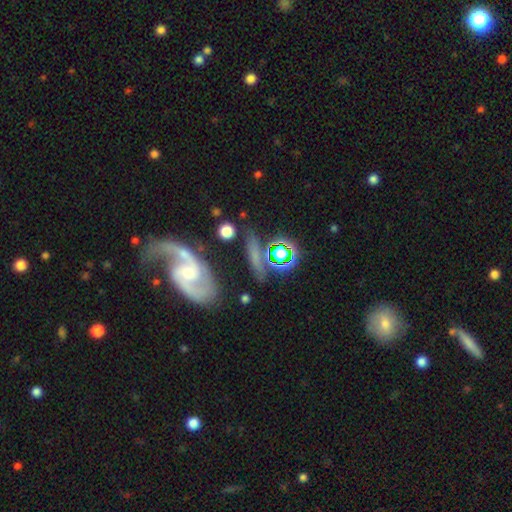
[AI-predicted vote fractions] This is possibly a featured or disk galaxy (52%). It is likely not viewed edge-on (74%). Merging: likely none (63%).